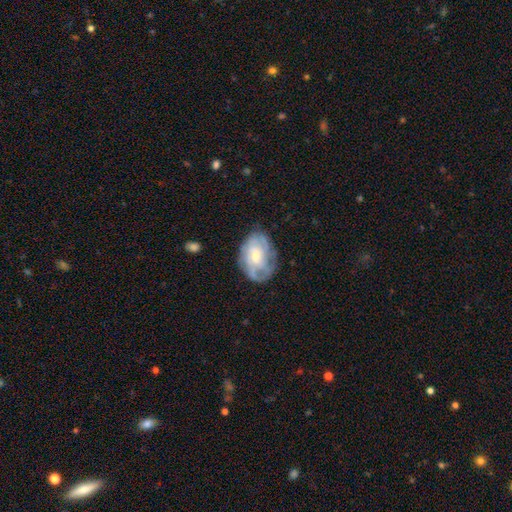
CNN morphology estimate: The model was most divided on "bulge size": moderate: 48%, small: 44%, large: 4%, none: 3%, dominant: 1%. More confident: edge-on disk — no (96%); spiral arms — yes (75%); smooth or featured — featured or disk (65%); bar — no (64%); merging — none (64%).